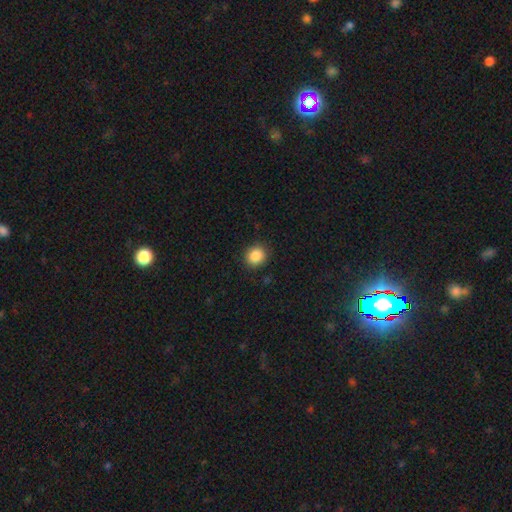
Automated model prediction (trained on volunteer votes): Smooth or featured? Predicted: smooth (p=0.88). How rounded? Predicted: round (p=0.77). Merging? Predicted: none (p=0.89).